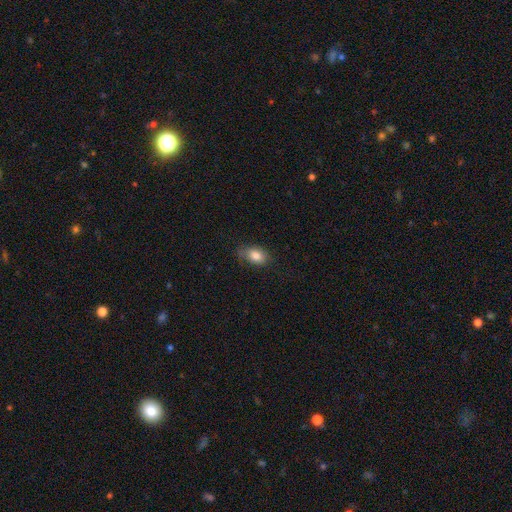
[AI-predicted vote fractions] smooth_or_featured: smooth (p=0.81) [alt: featured or disk p=0.11]
how_rounded: in between (p=0.80) [alt: round p=0.18]
merging: none (p=0.67) [alt: minor disturbance p=0.25]